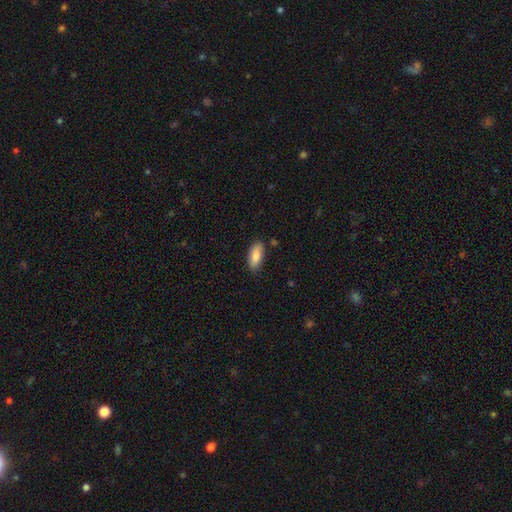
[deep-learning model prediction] Smooth or featured? Predicted: smooth (p=0.85). How rounded? Predicted: in between (p=0.83). Merging? Predicted: none (p=0.82).